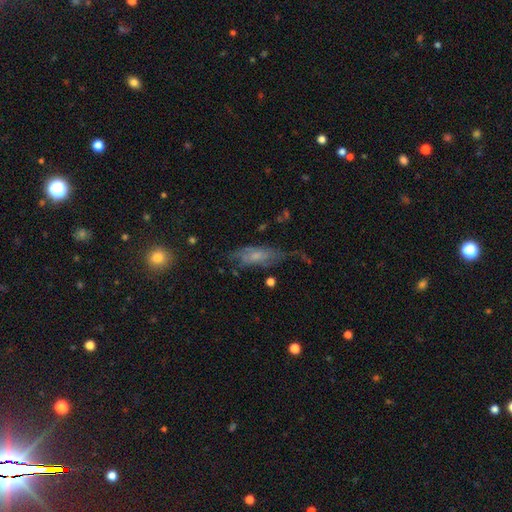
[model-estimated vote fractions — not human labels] This is possibly a featured or disk galaxy (47%). Merging: possibly none (47%).